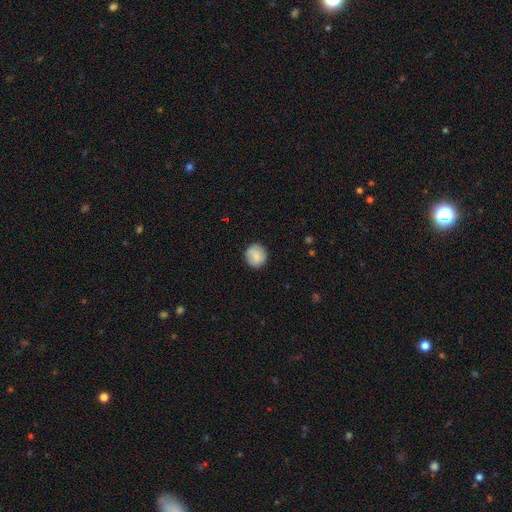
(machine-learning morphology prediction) smooth-or-featured: smooth: 81% | featured or disk: 12% | star or artifact: 7%
  how-rounded: round: 91% | in between: 8% | cigar-shaped: 1%
  merging: none: 87% | minor disturbance: 10% | major disturbance: 2% | merger: 1%